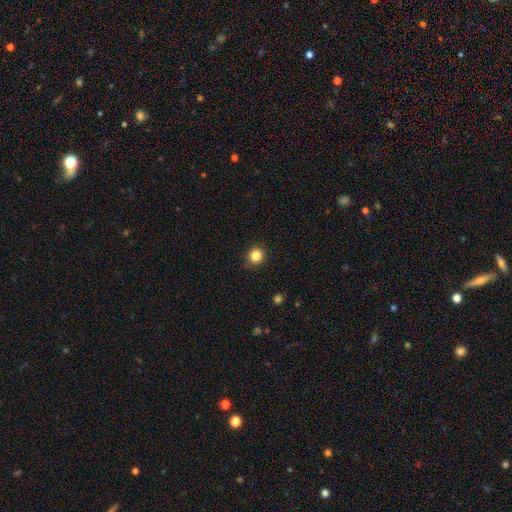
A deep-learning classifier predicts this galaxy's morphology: This appears to be a smooth galaxy with no disk features (84%) that is round (90%). Merging: none (90%).